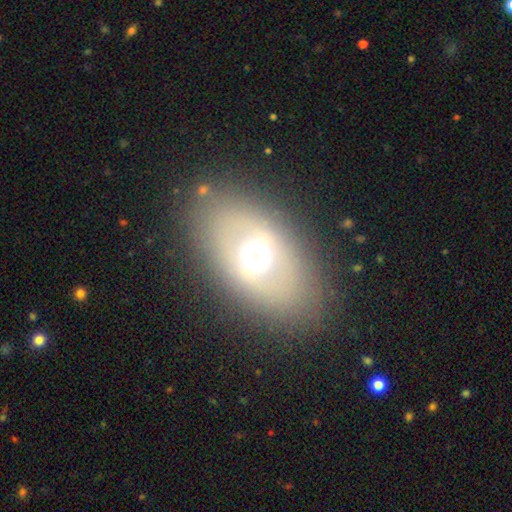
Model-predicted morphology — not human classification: smooth 45%, featured or disk 43%, star or artifact 12%. Down the decision tree: merging — none (83%).